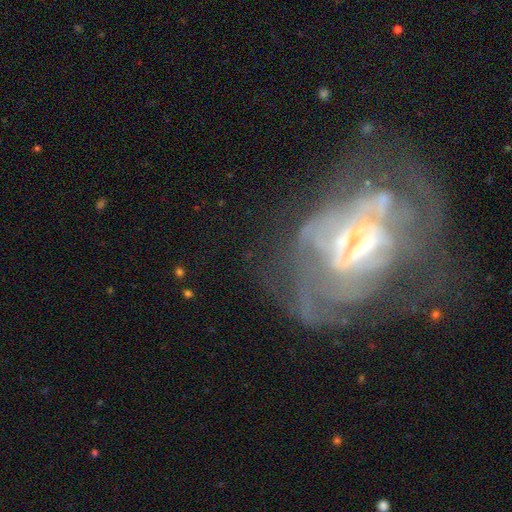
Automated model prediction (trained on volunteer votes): Morphology: type=featured or disk (75%); edge-on=no (95%); bar=no (40%); spiral arms=yes (56%); bulge=moderate (37%); merging=none (40%).